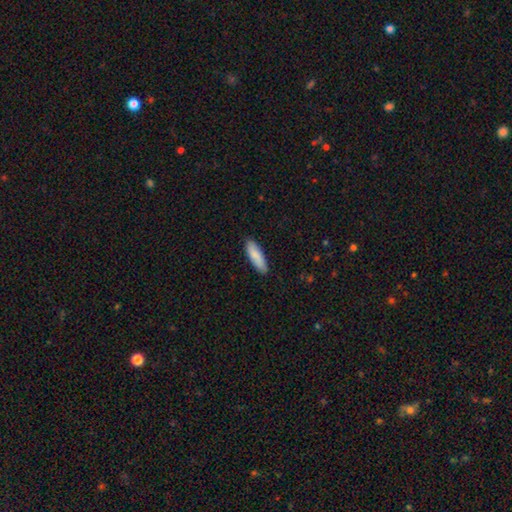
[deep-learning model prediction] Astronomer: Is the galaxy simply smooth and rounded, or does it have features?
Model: smooth — 87%.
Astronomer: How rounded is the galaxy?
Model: in between — 50% (runner-up: cigar-shaped, 49%).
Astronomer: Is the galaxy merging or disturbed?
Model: none — 89%.